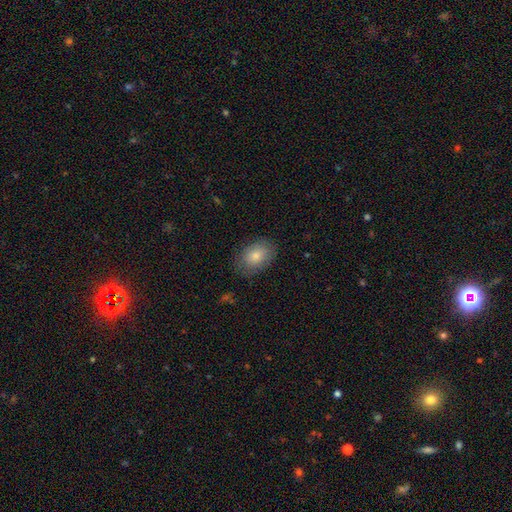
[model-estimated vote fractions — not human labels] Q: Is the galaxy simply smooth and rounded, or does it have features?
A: smooth — 81%.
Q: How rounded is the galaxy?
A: in between — 83%.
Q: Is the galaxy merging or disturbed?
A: none — 80%.